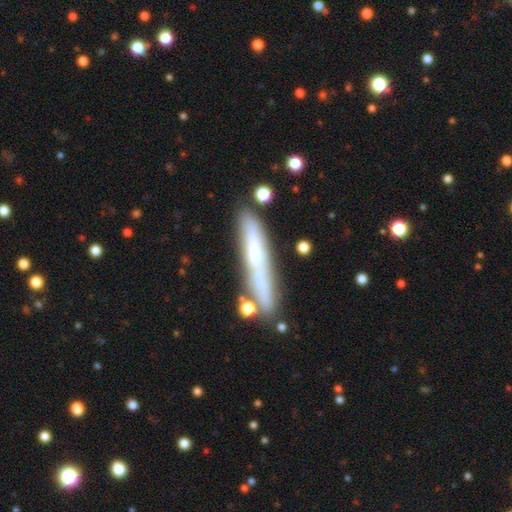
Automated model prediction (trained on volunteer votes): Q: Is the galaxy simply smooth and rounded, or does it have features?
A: featured or disk — 50%.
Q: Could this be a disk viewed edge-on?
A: yes — 75%.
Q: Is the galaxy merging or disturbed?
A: none — 68%.